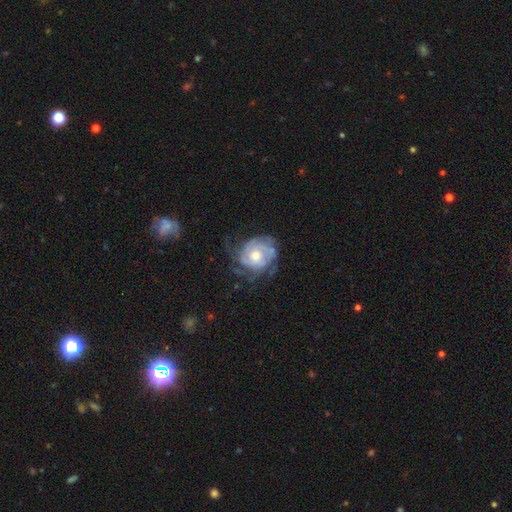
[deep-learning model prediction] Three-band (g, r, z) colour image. It shows a featured or disk galaxy (75%) with no bar (80%), tight (62%) spiral arms (85%) and a moderate central bulge (63%). Merging: none (54%).